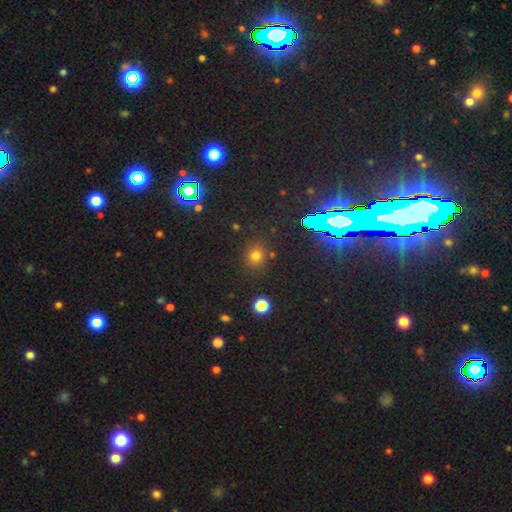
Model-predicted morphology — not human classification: Smooth or featured: smooth — 69% (star or artifact — 25%)
How rounded: round — 86% (in between — 13%)
Merging: none — 84% (minor disturbance — 9%)